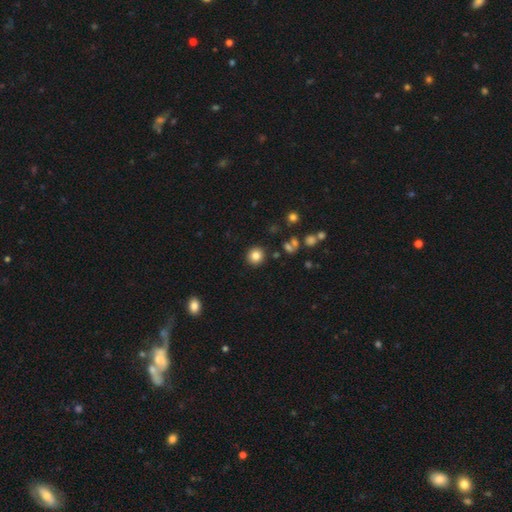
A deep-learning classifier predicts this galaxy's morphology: smooth 82%, star or artifact 11%, featured or disk 6%. Down the decision tree: how rounded — round (91%); merging — none (90%).